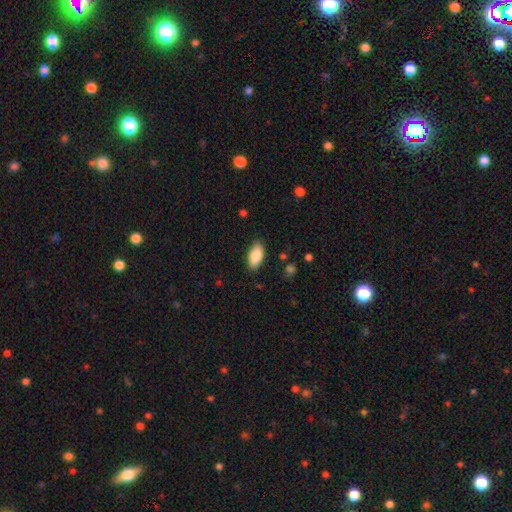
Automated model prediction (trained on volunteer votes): Smooth or featured? smooth (85%)
How rounded? in between (91%)
Merging? none (86%)